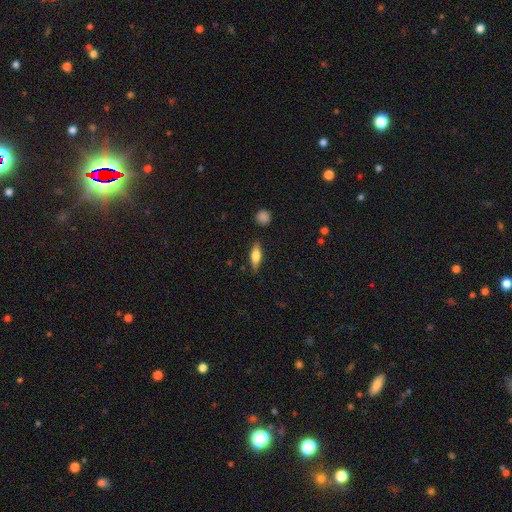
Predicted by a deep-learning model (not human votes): Smooth or featured: smooth — 58% (featured or disk — 35%)
How rounded: in between — 49% (cigar-shaped — 47%)
Merging: none — 85% (minor disturbance — 11%)